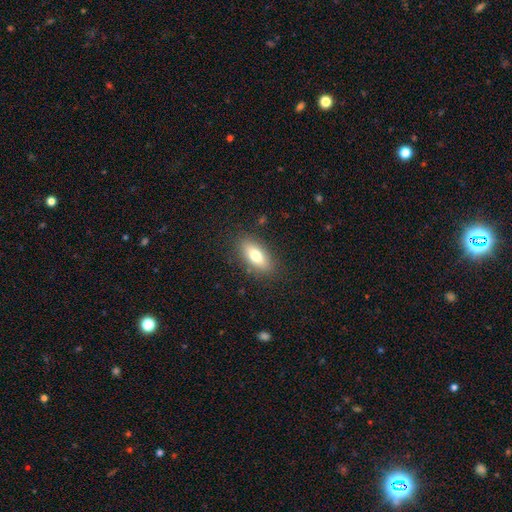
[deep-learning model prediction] smooth-or-featured: smooth: 74% | featured or disk: 18% | star or artifact: 8%
  how-rounded: in between: 82% | cigar-shaped: 14% | round: 4%
  merging: none: 85% | minor disturbance: 10% | major disturbance: 3% | merger: 1%